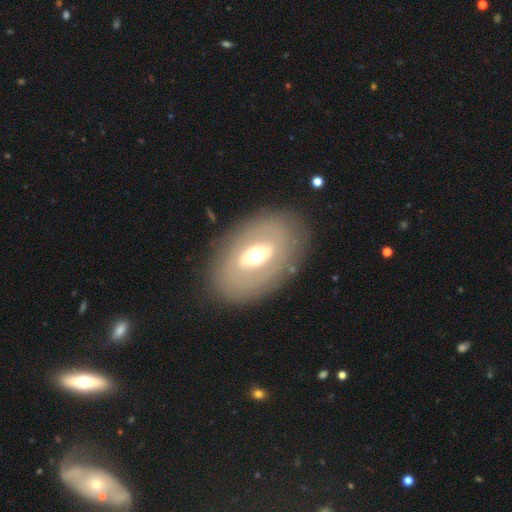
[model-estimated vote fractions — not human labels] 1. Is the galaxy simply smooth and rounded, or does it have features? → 57% featured or disk, 36% smooth, 8% star or artifact.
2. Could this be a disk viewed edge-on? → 87% no, 13% yes.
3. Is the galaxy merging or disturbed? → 82% none, 10% minor disturbance, 6% major disturbance, 1% merger.